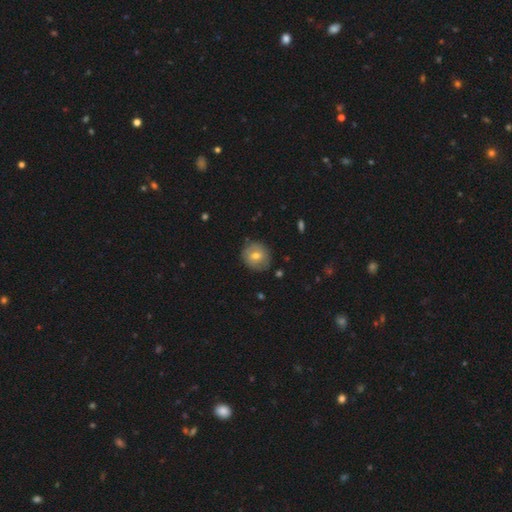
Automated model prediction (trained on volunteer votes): A smooth galaxy with no disk features (64%) that is round (83%). Merging: none (82%).